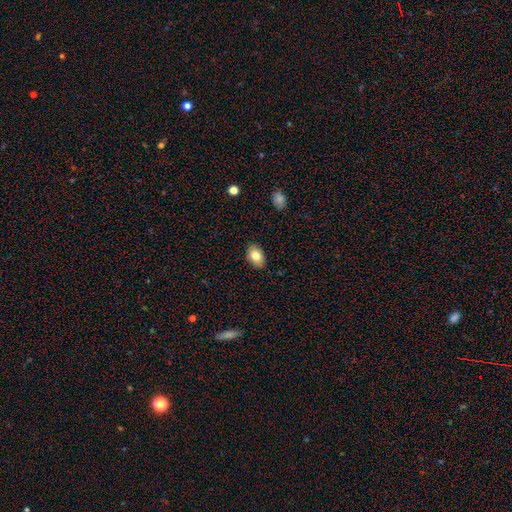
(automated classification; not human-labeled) This is clearly a smooth galaxy (81%). How rounded: clearly in between (87%). Merging: clearly none (86%).